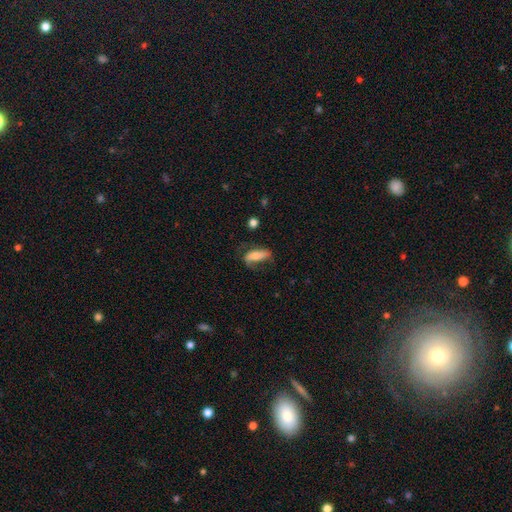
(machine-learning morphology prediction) This appears to be a smooth galaxy with no disk features (56%) that is in between round and cigar-shaped (65%). Merging: none (47%).